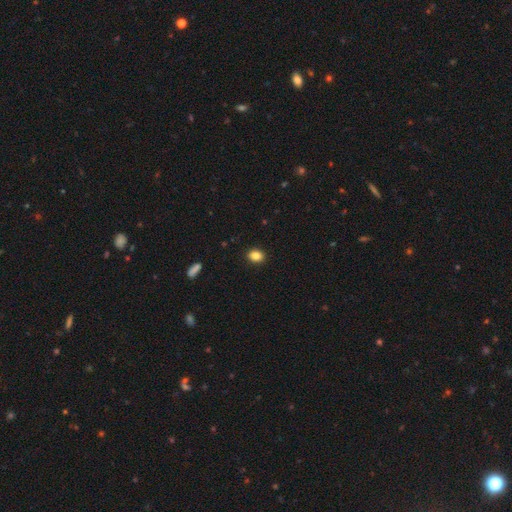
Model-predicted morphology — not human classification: A smooth galaxy with no disk features (86%) that is in between round and cigar-shaped (52%). Merging: none (91%).